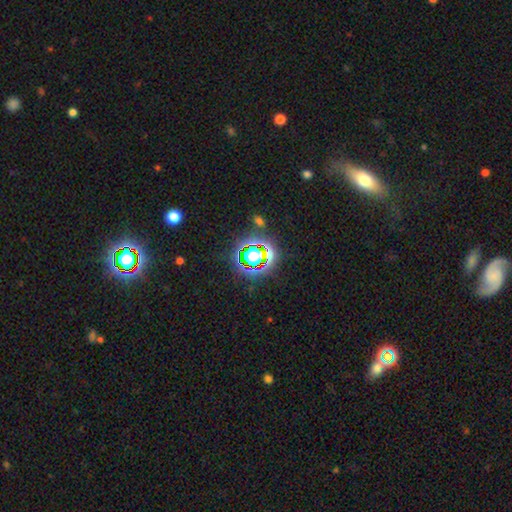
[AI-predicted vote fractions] A star or artifact, not a galaxy (66%).

Vote fractions:
- Smooth or featured? star or artifact: 66% / smooth: 21% / featured or disk: 13%